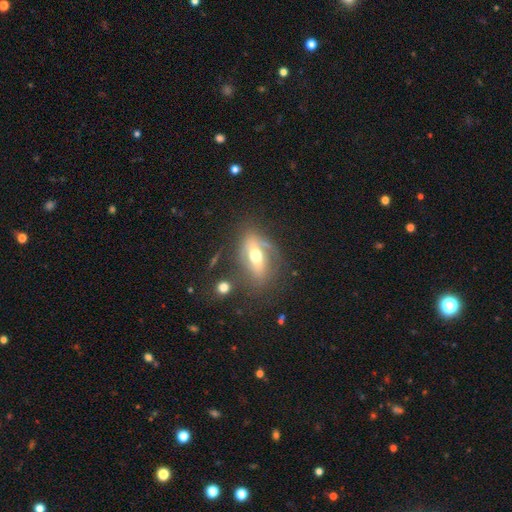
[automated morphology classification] This appears to be a featured or disk galaxy (59%). Merging: none (55%).